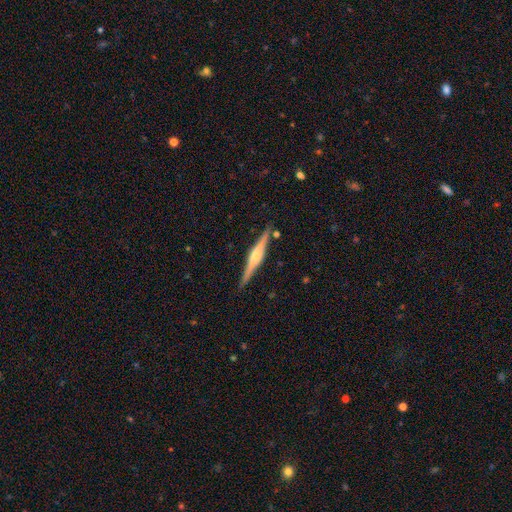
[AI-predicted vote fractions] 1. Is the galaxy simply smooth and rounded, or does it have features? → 76% featured or disk, 18% smooth, 5% star or artifact.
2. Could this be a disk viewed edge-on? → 98% yes, 2% no.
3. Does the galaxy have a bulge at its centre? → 75% rounded, 17% boxy, 8% none.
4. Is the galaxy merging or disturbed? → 88% none, 9% minor disturbance, 2% merger, 2% major disturbance.